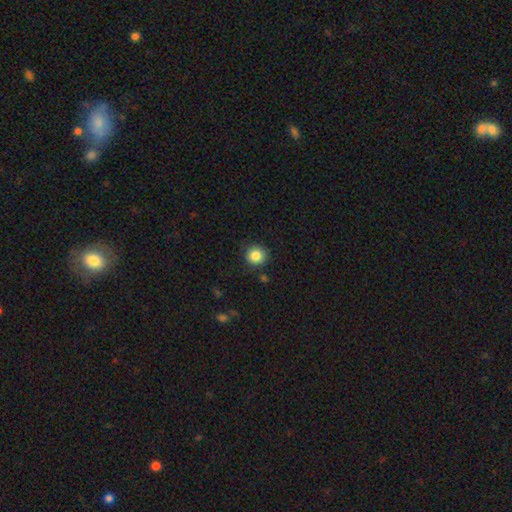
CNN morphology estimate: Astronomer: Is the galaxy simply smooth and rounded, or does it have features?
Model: smooth — 86%.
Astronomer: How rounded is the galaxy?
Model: round — 92%.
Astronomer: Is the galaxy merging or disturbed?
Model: none — 87%.